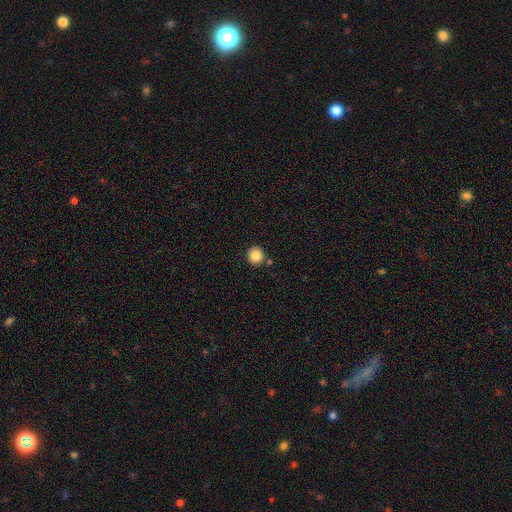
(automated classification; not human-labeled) A smooth galaxy with no disk features (85%) that is round (93%).

Vote fractions:
- Smooth or featured? smooth: 85% / star or artifact: 10% / featured or disk: 5%
- How rounded? round: 93% / in between: 6% / cigar-shaped: 1%
- Merging? none: 86% / minor disturbance: 6% / merger: 6% / major disturbance: 2%